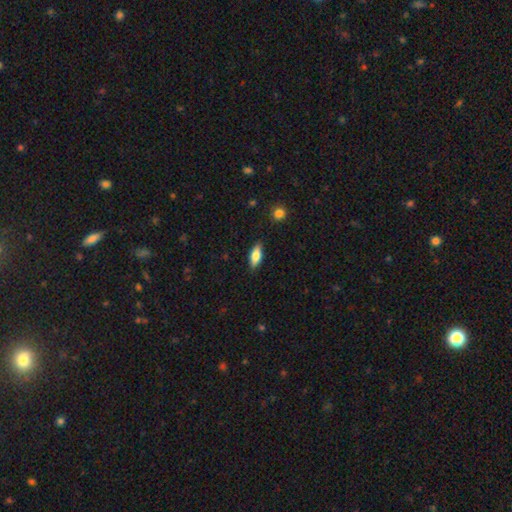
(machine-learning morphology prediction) Smooth or featured? smooth (76%)
How rounded? in between (77%)
Merging? none (86%)